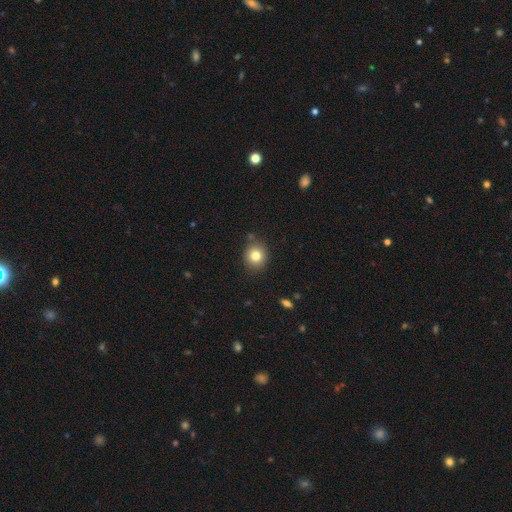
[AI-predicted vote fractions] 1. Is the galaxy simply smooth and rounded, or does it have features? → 80% smooth, 12% star or artifact, 9% featured or disk.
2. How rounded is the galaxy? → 80% round, 20% in between, 1% cigar-shaped.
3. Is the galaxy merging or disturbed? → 82% none, 13% minor disturbance, 3% merger, 3% major disturbance.